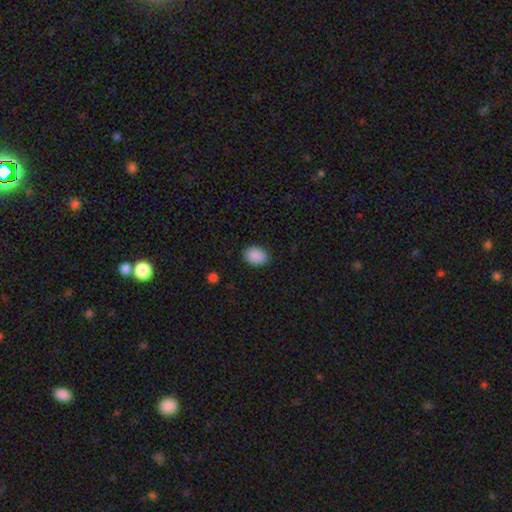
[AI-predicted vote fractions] Q: Smooth or featured?
A: smooth (90%); runner-up: star or artifact (7%)
Q: How rounded?
A: in between (79%); runner-up: round (20%)
Q: Merging?
A: none (87%); runner-up: minor disturbance (10%)